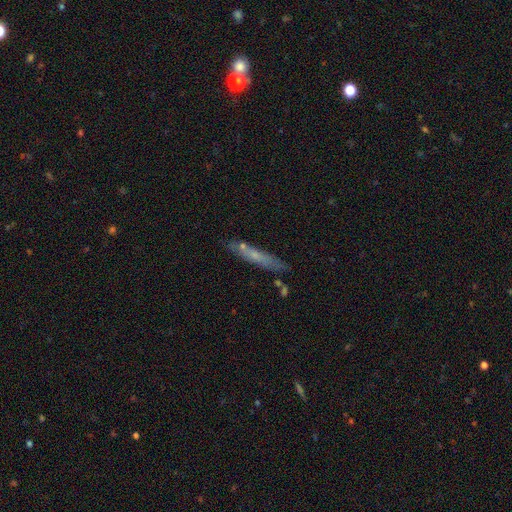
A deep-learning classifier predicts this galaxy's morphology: A smooth galaxy with no disk features (52%) that is cigar-shaped (90%).

Vote fractions:
- Smooth or featured? smooth: 52% / featured or disk: 40% / star or artifact: 8%
- How rounded? cigar-shaped: 90% / in between: 8% / round: 2%
- Merging? none: 72% / minor disturbance: 17% / merger: 7% / major disturbance: 4%